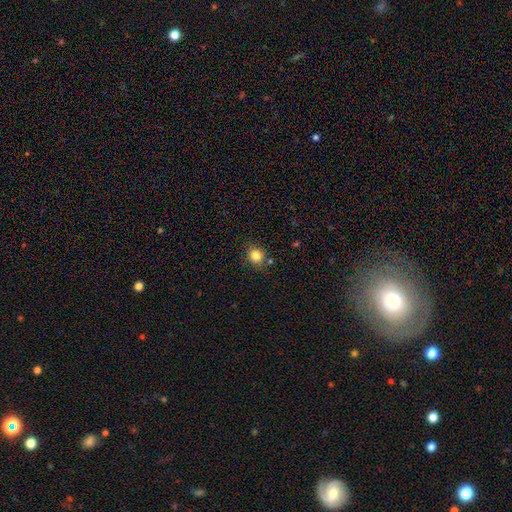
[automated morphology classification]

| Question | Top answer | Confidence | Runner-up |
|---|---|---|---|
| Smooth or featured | smooth | 83% | star or artifact (11%) |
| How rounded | round | 83% | in between (16%) |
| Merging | none | 81% | minor disturbance (12%) |